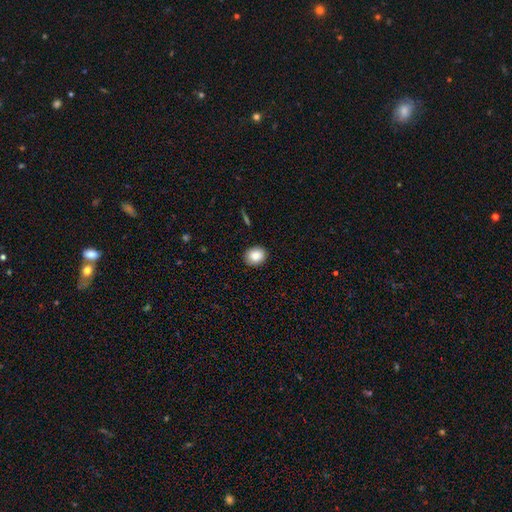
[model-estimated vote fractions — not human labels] Morphology: type=smooth (87%); roundness=round (62%); merging=none (89%).